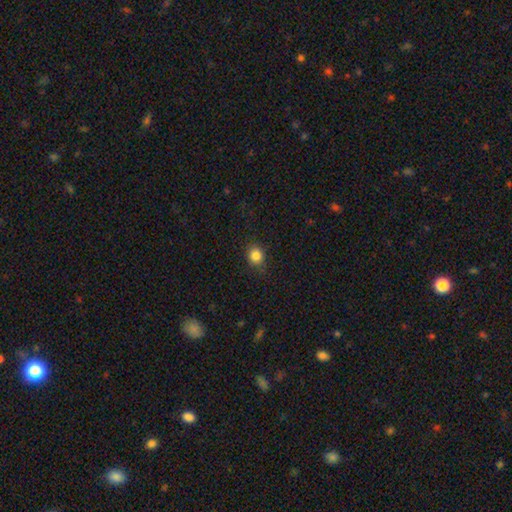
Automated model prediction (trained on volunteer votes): smooth 84%, star or artifact 11%, featured or disk 5%. Down the decision tree: how rounded — round (75%); merging — none (85%).